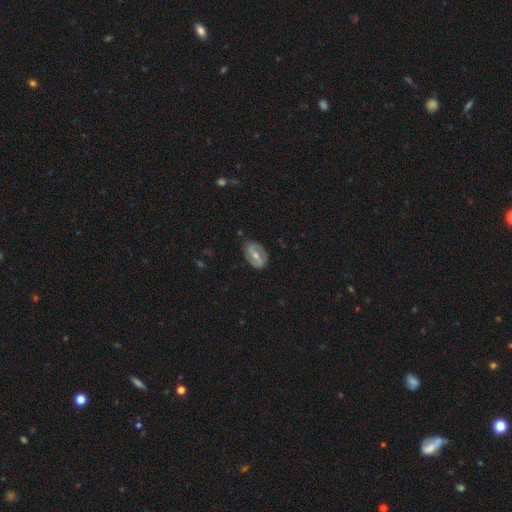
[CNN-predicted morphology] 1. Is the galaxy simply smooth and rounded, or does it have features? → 72% featured or disk, 22% smooth, 5% star or artifact.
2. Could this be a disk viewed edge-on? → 94% no, 6% yes.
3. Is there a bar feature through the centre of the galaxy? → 46% strong, 36% weak, 18% no.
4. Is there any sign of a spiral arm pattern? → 66% yes, 34% no.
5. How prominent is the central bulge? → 63% moderate, 33% small, 2% large, 1% none, 1% dominant.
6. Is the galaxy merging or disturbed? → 81% none, 14% minor disturbance, 4% major disturbance, 1% merger.